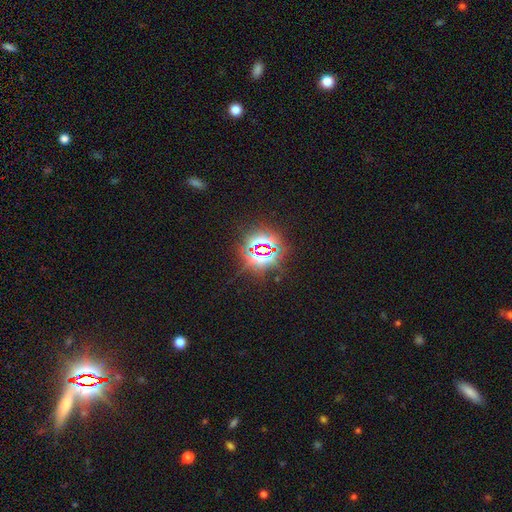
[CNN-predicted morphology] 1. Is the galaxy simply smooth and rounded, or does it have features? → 80% star or artifact, 12% smooth, 9% featured or disk.